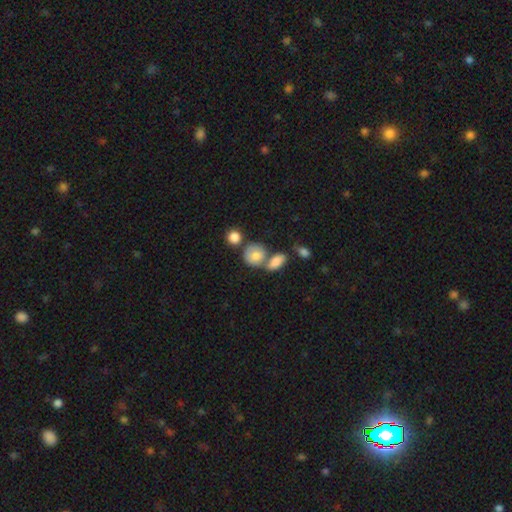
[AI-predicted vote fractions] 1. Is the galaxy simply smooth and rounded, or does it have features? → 78% smooth, 13% featured or disk, 9% star or artifact.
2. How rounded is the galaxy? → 64% round, 34% in between, 2% cigar-shaped.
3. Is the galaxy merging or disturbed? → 46% none, 37% merger, 12% minor disturbance, 5% major disturbance.